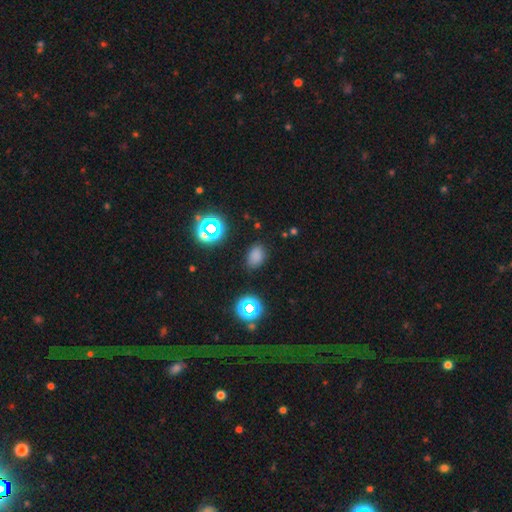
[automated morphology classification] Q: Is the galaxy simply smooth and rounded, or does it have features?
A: smooth — 72%.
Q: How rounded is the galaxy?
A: in between — 70%.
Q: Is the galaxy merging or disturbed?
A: none — 79%.